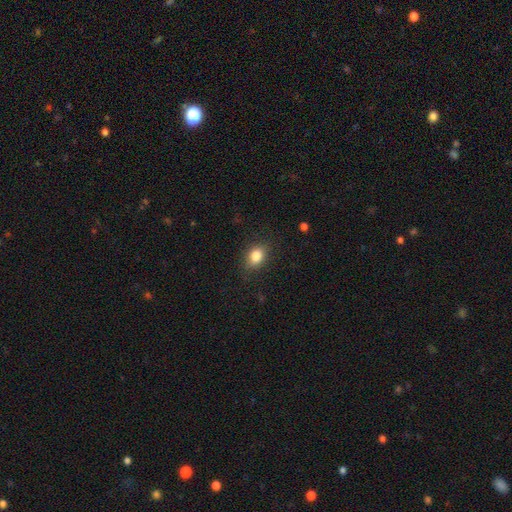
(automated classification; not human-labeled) smooth_or_featured: smooth (p=0.84) [alt: star or artifact p=0.09]
how_rounded: in between (p=0.70) [alt: round p=0.29]
merging: none (p=0.82) [alt: minor disturbance p=0.13]